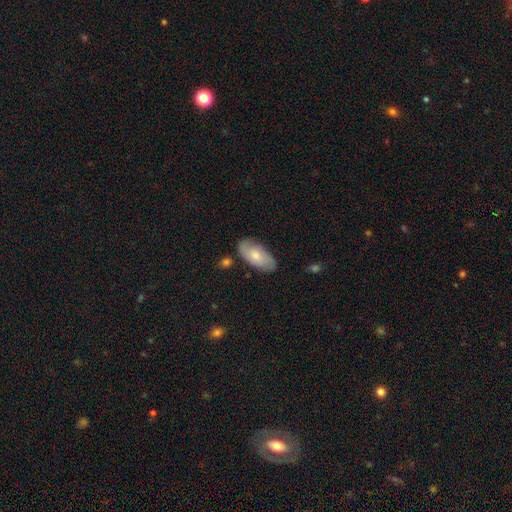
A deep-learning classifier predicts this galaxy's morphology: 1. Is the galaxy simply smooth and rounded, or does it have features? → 65% smooth, 29% featured or disk, 6% star or artifact.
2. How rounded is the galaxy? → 93% in between, 5% cigar-shaped, 3% round.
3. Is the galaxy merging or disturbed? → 77% none, 17% minor disturbance, 3% major disturbance, 3% merger.